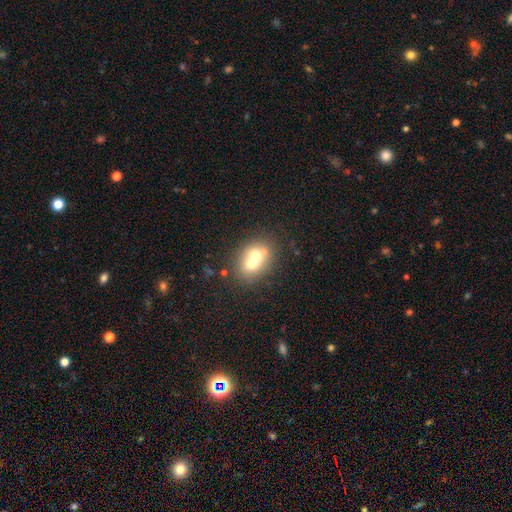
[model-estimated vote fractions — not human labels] This appears to be a smooth galaxy with no disk features (60%) that is round (56%). Merging: merger (66%).